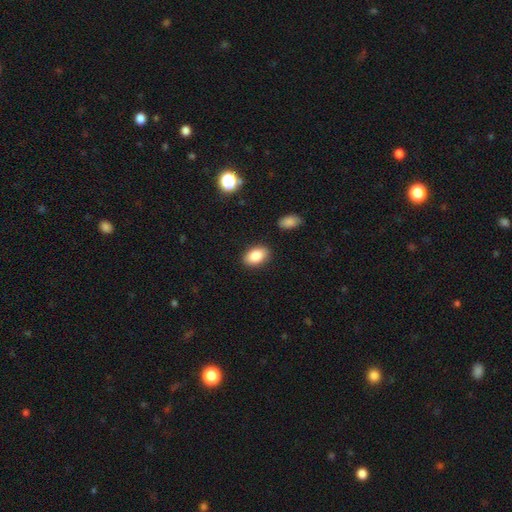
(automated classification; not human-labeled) Q: Smooth or featured?
A: smooth (86%); runner-up: star or artifact (7%)
Q: How rounded?
A: in between (90%); runner-up: round (9%)
Q: Merging?
A: none (86%); runner-up: minor disturbance (10%)